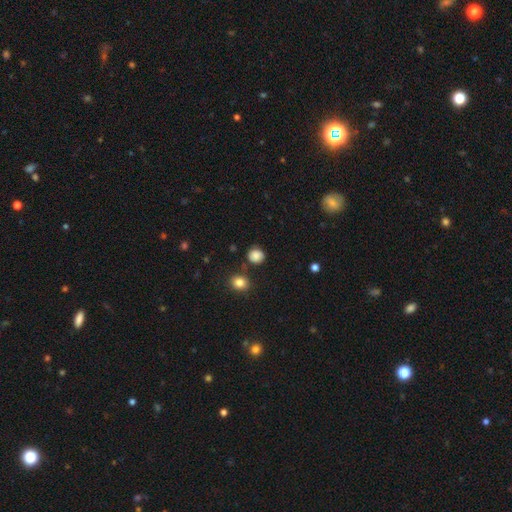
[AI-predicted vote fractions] Overall: smooth (84%). How rounded: round (82%). Merging: none (79%).